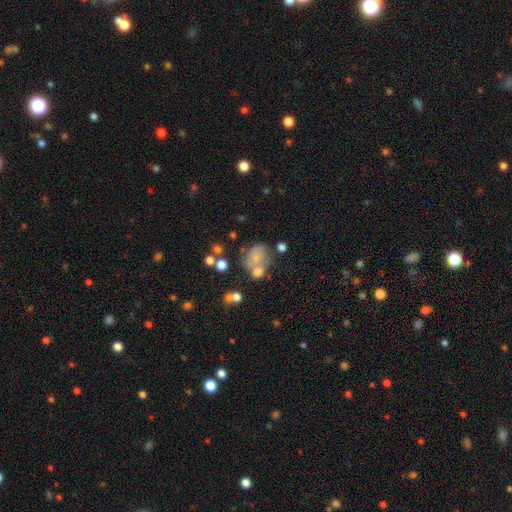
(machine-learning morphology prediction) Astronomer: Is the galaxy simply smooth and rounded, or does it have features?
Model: smooth — 61%.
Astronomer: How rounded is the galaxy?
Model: round — 51% (runner-up: in between, 48%).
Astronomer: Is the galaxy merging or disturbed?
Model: none — 40% (runner-up: merger, 29%).